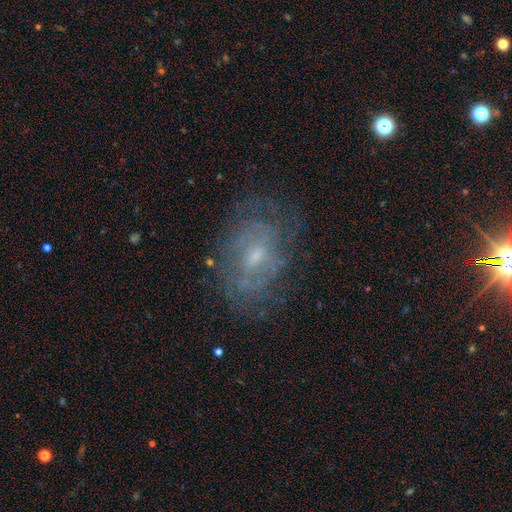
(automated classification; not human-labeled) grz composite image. It shows a featured or disk galaxy (70%) with no bar (49%), tight (54%) spiral arms (78%) and a small central bulge (53%). Merging: none (69%).